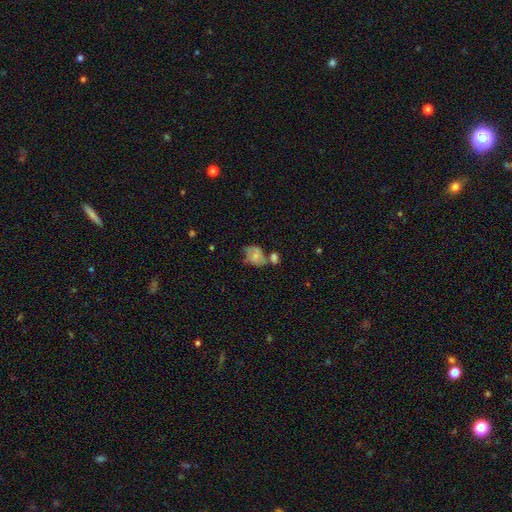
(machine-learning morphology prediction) Q: Smooth or featured?
A: smooth (58%); runner-up: featured or disk (33%)
Q: How rounded?
A: in between (70%); runner-up: round (28%)
Q: Merging?
A: none (33%); runner-up: merger (30%)